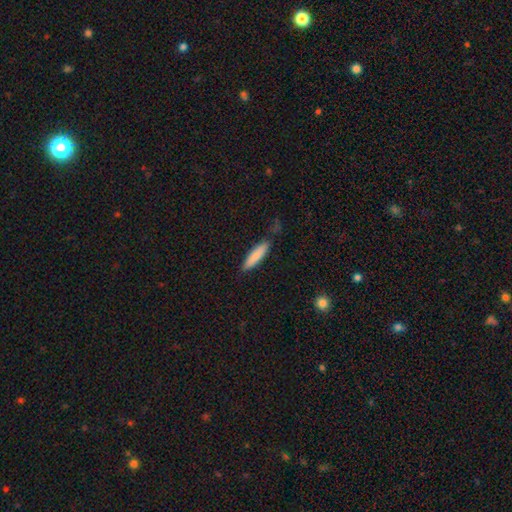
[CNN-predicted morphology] A smooth galaxy with no disk features (84%) that is cigar-shaped (76%). Merging: none (82%).